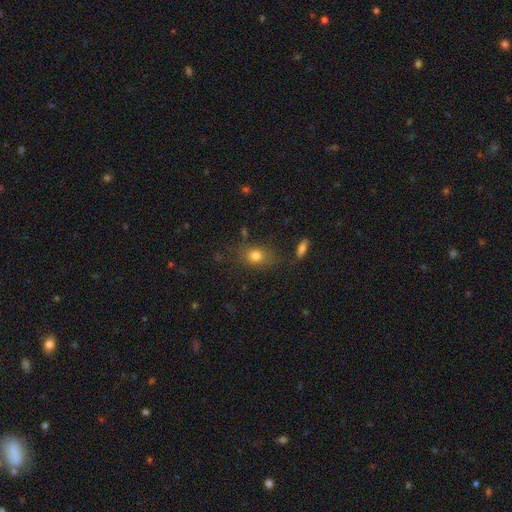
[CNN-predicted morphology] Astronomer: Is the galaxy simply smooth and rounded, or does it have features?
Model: smooth — 78%.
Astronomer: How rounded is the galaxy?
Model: in between — 55% (runner-up: round, 43%).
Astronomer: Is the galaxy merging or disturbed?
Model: none — 74%.